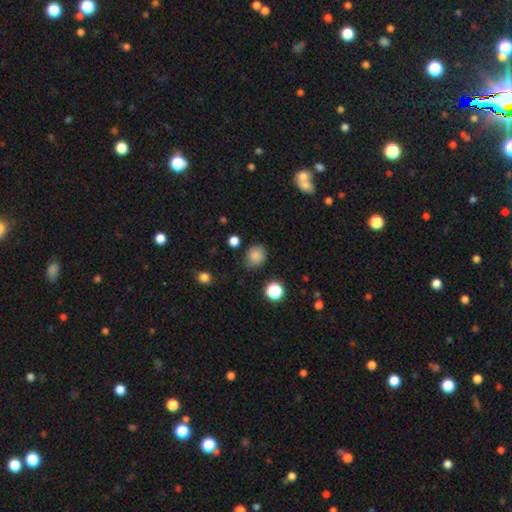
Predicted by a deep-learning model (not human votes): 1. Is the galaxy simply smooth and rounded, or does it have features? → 83% smooth, 12% star or artifact, 5% featured or disk.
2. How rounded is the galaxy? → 74% round, 25% in between, 1% cigar-shaped.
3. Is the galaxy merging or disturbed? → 76% none, 17% minor disturbance, 4% major disturbance, 3% merger.